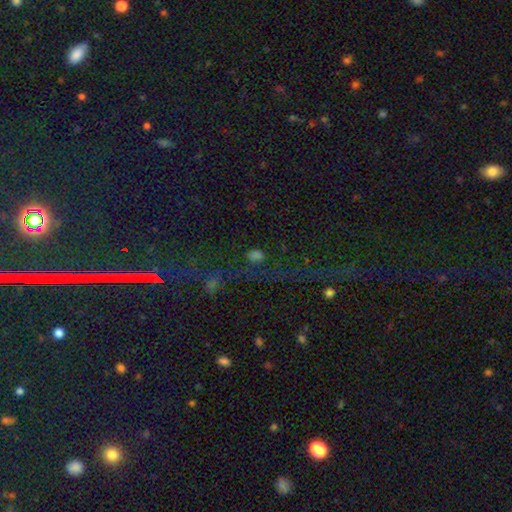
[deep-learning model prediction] Smooth or featured: smooth — 47% (star or artifact — 44%)
Merging: none — 64% (major disturbance — 14%)